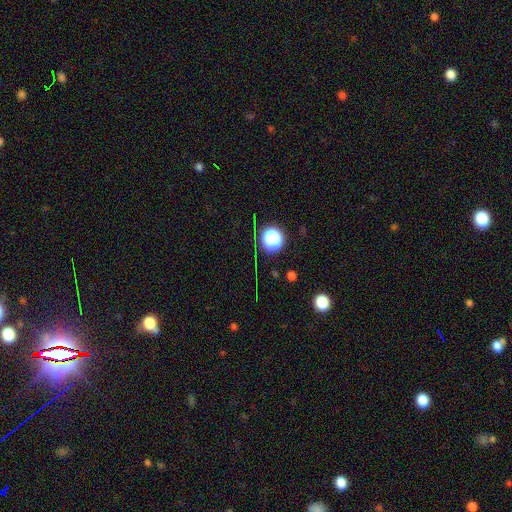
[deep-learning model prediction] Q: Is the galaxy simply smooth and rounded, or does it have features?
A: star or artifact — 73%.